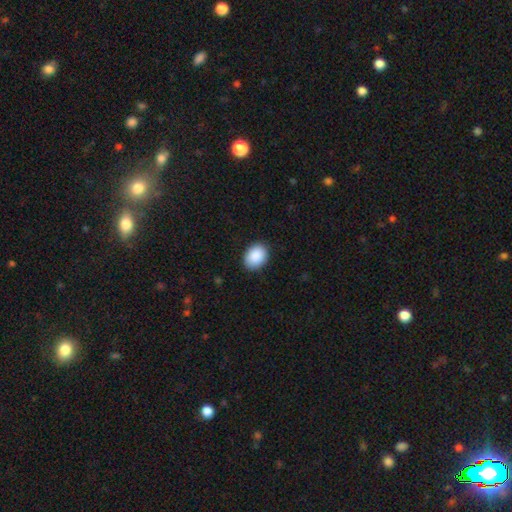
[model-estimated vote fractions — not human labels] Smooth or featured?
  - smooth: 90% *
  - star or artifact: 7%
  - featured or disk: 3%
How rounded?
  - in between: 66% *
  - round: 33%
  - cigar-shaped: 1%
Merging?
  - none: 88% *
  - minor disturbance: 9%
  - major disturbance: 2%
  - merger: 1%